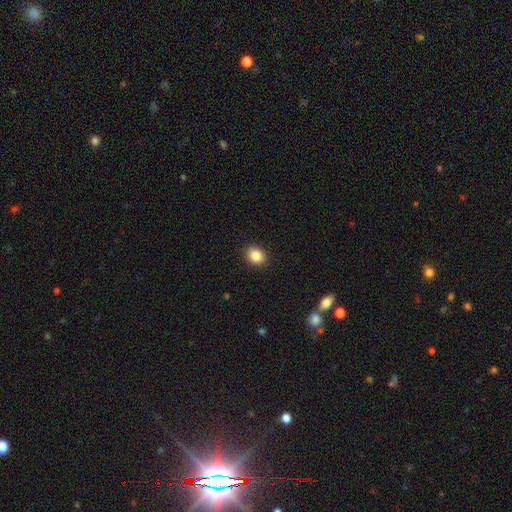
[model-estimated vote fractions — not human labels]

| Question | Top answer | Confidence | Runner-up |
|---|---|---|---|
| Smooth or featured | smooth | 85% | star or artifact (9%) |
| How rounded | round | 58% | in between (41%) |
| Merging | none | 91% | minor disturbance (6%) |